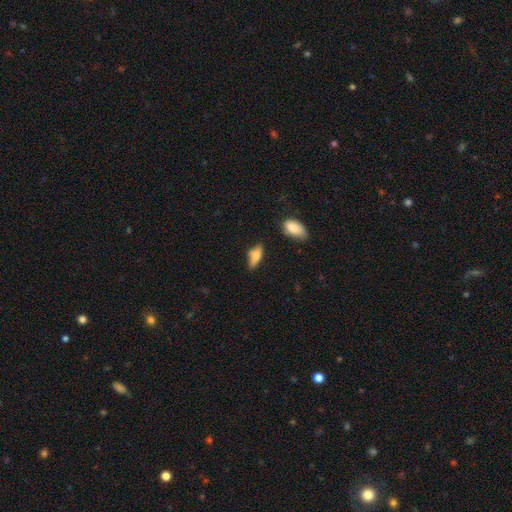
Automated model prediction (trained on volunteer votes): smooth-or-featured: smooth: 67% | featured or disk: 26% | star or artifact: 8%
  how-rounded: in between: 66% | cigar-shaped: 31% | round: 4%
  merging: none: 65% | minor disturbance: 24% | major disturbance: 6% | merger: 4%